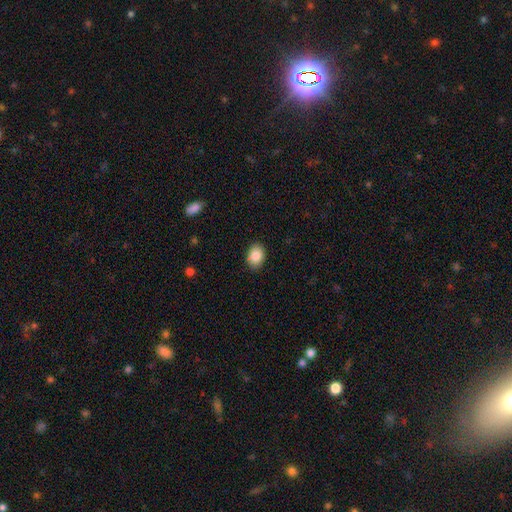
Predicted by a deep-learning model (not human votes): Morphology: type=smooth (87%); roundness=in between (73%); merging=none (86%).